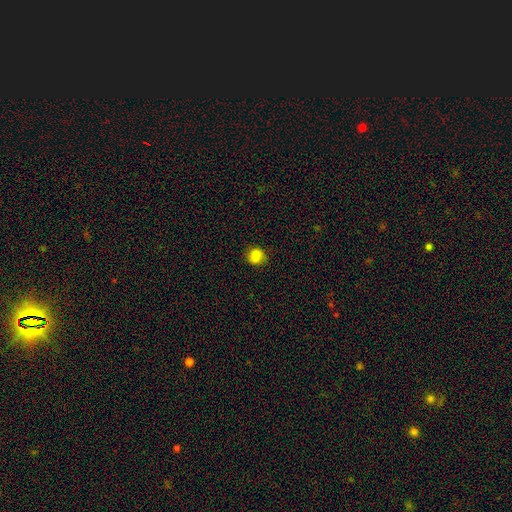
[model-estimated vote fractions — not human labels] smooth-or-featured: smooth: 83% | star or artifact: 11% | featured or disk: 6%
  how-rounded: round: 65% | in between: 33% | cigar-shaped: 1%
  merging: none: 78% | minor disturbance: 16% | major disturbance: 4% | merger: 1%